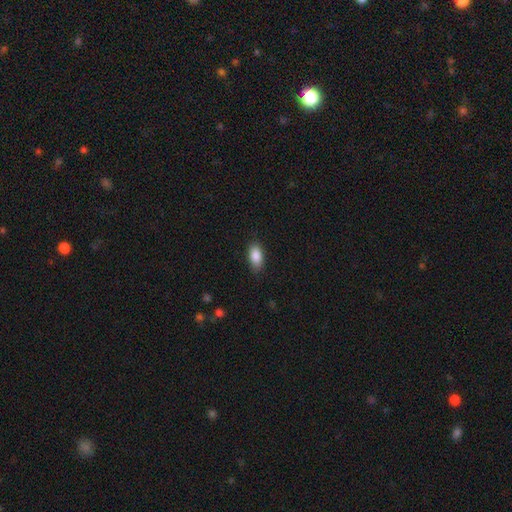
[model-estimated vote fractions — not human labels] Q: Smooth or featured?
A: smooth (87%); runner-up: star or artifact (7%)
Q: How rounded?
A: in between (90%); runner-up: cigar-shaped (6%)
Q: Merging?
A: none (83%); runner-up: minor disturbance (13%)